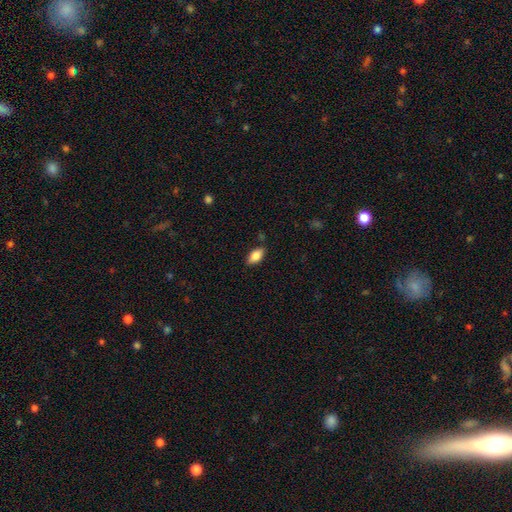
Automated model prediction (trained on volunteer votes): Smooth or featured?
  - smooth: 83% *
  - featured or disk: 10%
  - star or artifact: 7%
How rounded?
  - in between: 90% *
  - cigar-shaped: 7%
  - round: 4%
Merging?
  - none: 83% *
  - minor disturbance: 13%
  - major disturbance: 3%
  - merger: 2%